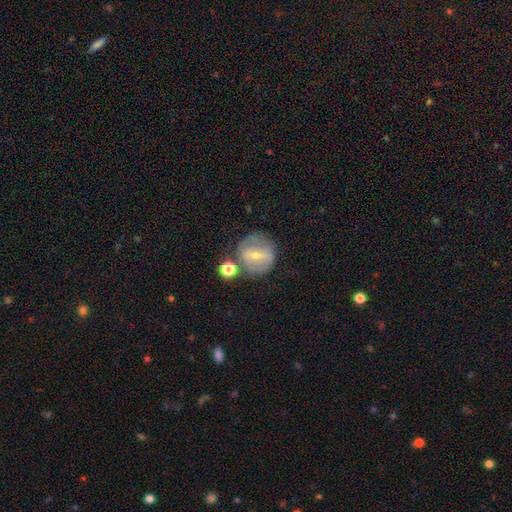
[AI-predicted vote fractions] Q: Smooth or featured?
A: featured or disk (57%); runner-up: smooth (33%)
Q: Edge-on disk?
A: no (93%); runner-up: yes (7%)
Q: Bar?
A: strong (50%); runner-up: weak (34%)
Q: Spiral arms?
A: no (63%); runner-up: yes (37%)
Q: Bulge size?
A: small (63%); runner-up: moderate (32%)
Q: Merging?
A: none (62%); runner-up: minor disturbance (16%)